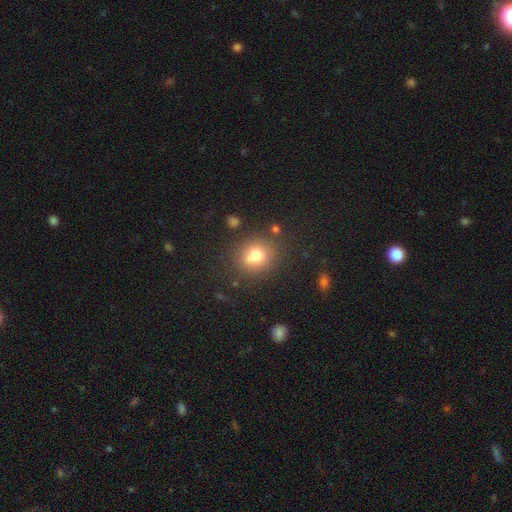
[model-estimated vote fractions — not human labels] The model was most divided on "how rounded": round: 75%, in between: 24%, cigar-shaped: 1%. More confident: smooth or featured — smooth (73%); merging — none (67%).